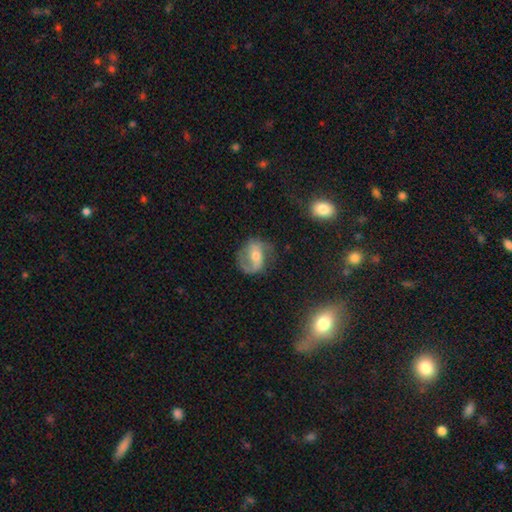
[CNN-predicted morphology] Smooth or featured? Predicted: featured or disk (p=0.73). Edge-on disk? Predicted: no (p=0.97). Bar? Predicted: weak (p=0.41). Spiral arms? Predicted: yes (p=0.89). Spiral winding? Predicted: medium (p=0.45). Spiral arm count? Predicted: 2 (p=0.74). Bulge size? Predicted: moderate (p=0.58). Merging? Predicted: none (p=0.62).